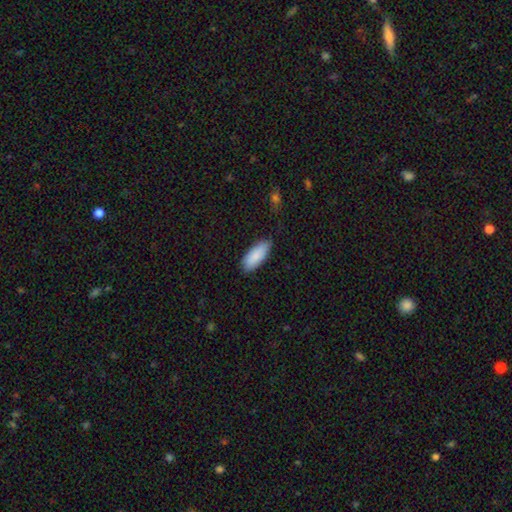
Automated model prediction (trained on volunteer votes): smooth 88%, featured or disk 7%, star or artifact 6%. Down the decision tree: how rounded — in between (82%); merging — none (77%).